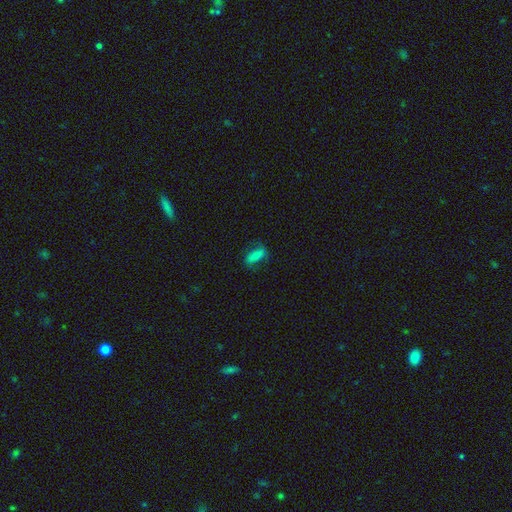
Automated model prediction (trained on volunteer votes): Q: Smooth or featured?
A: smooth (69%); runner-up: featured or disk (22%)
Q: How rounded?
A: in between (64%); runner-up: cigar-shaped (32%)
Q: Merging?
A: none (73%); runner-up: minor disturbance (19%)